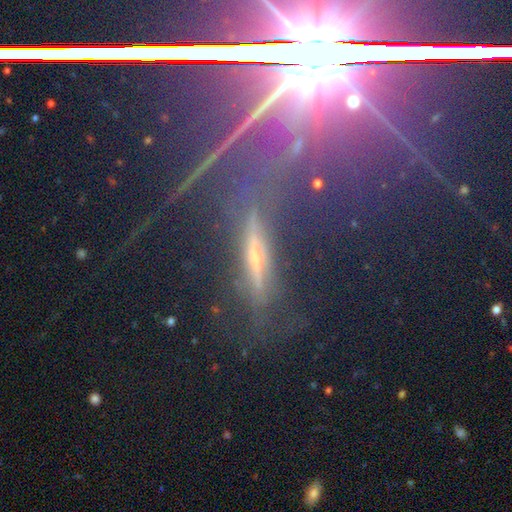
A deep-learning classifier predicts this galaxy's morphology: featured or disk 48%, star or artifact 34%, smooth 19%. Down the decision tree: merging — none (76%).